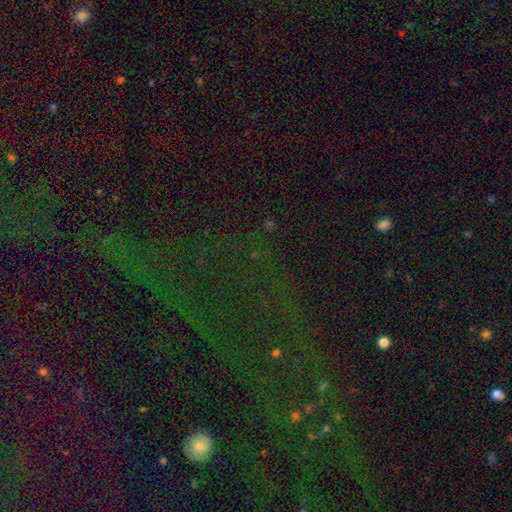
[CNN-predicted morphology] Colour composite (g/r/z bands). It shows a star or artifact, not a galaxy (77%).